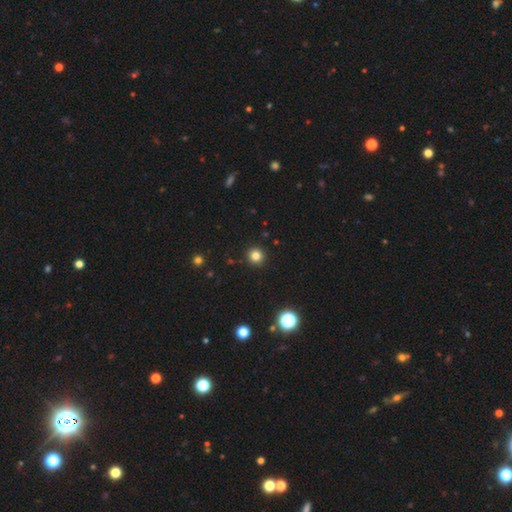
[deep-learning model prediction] smooth 82%, star or artifact 14%, featured or disk 5%. Down the decision tree: how rounded — round (94%); merging — none (92%).